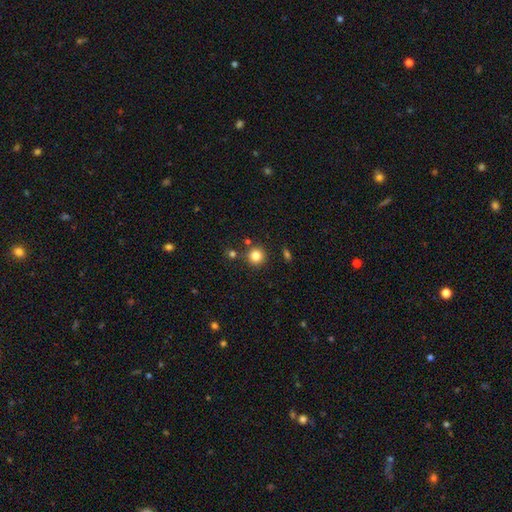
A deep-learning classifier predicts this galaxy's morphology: Overall: smooth (83%). How rounded: round (93%). Merging: none (83%).